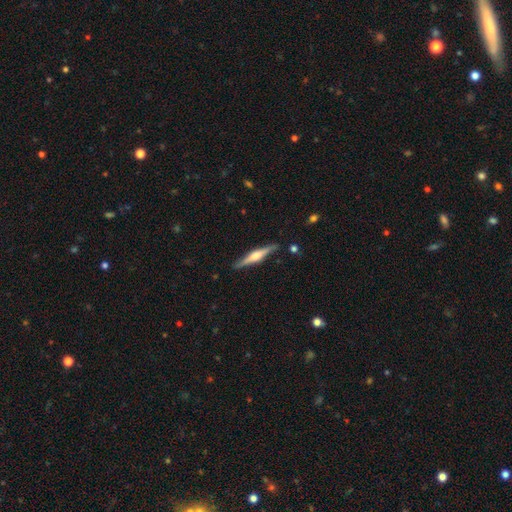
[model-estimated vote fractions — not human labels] Smooth or featured? Predicted: featured or disk (p=0.74). Edge-on disk? Predicted: yes (p=0.98). Edge-on bulge? Predicted: rounded (p=0.84). Merging? Predicted: none (p=0.89).